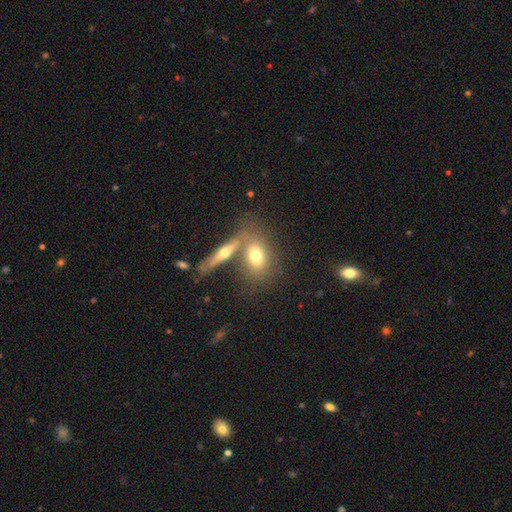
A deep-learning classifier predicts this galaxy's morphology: smooth-or-featured: smooth: 65% | featured or disk: 26% | star or artifact: 9%
  how-rounded: in between: 67% | round: 22% | cigar-shaped: 12%
  merging: none: 51% | merger: 34% | minor disturbance: 11% | major disturbance: 5%